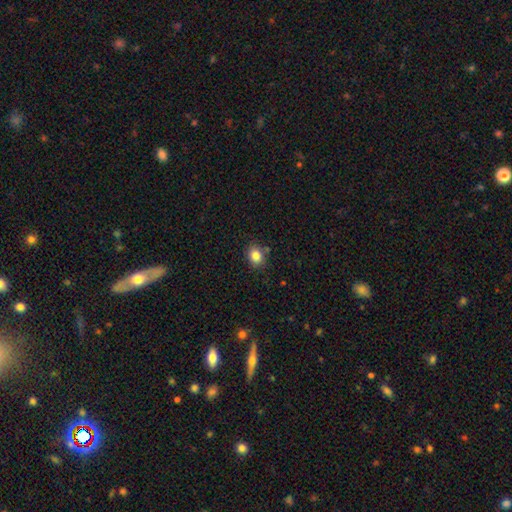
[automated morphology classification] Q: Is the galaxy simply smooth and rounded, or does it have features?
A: smooth — 83%.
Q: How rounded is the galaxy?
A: round — 53%.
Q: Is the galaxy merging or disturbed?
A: none — 81%.